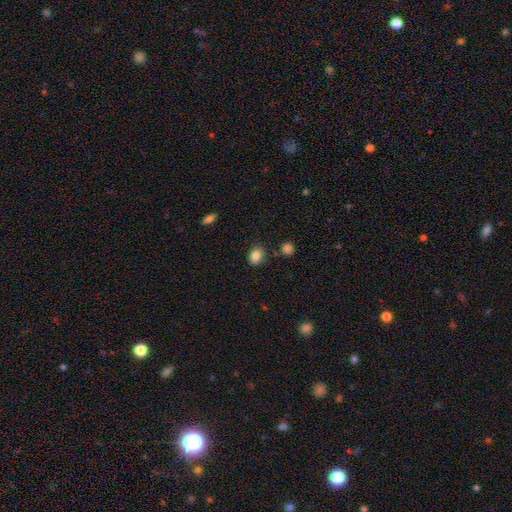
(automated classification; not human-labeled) Morphology: type=smooth (86%); roundness=in between (56%); merging=none (82%).